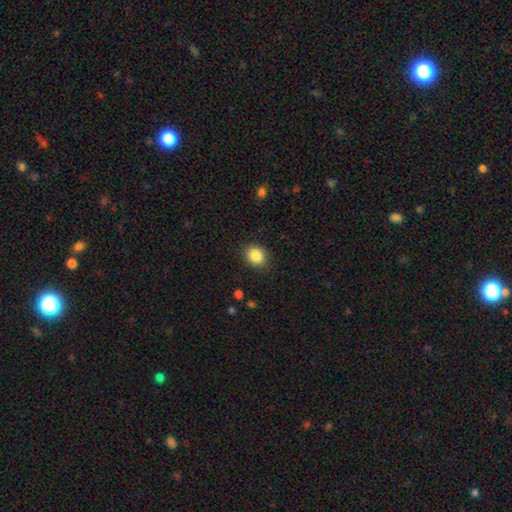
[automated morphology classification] This is clearly a smooth galaxy (86%). How rounded: likely round (65%). Merging: clearly none (87%).